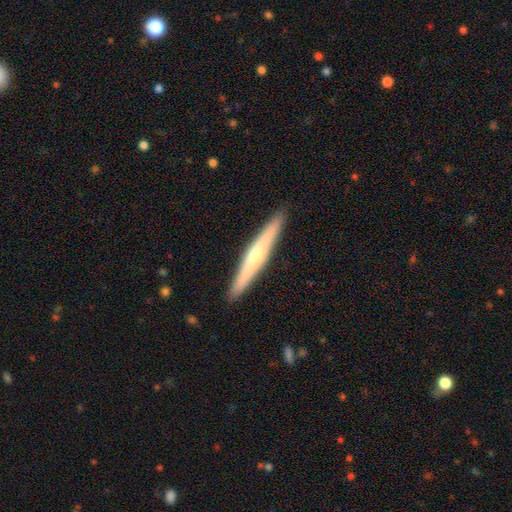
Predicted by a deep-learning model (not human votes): featured or disk 50%, smooth 44%, star or artifact 6%. Down the decision tree: edge-on disk — yes (95%); merging — none (91%).